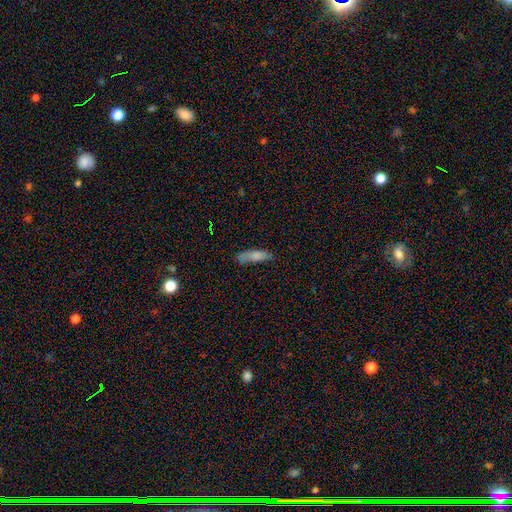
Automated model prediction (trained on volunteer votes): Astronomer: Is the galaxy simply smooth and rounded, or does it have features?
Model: smooth — 77%.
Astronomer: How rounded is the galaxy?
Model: cigar-shaped — 61% (runner-up: in between, 37%).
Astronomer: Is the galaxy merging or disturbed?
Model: none — 64%.